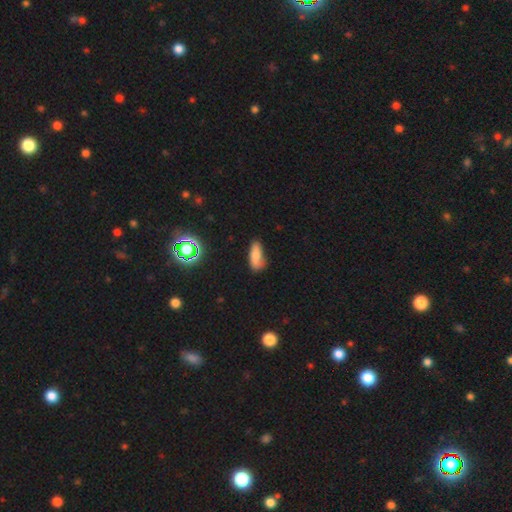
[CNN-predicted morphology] Smooth or featured? smooth (77%)
How rounded? in between (72%)
Merging? none (59%)